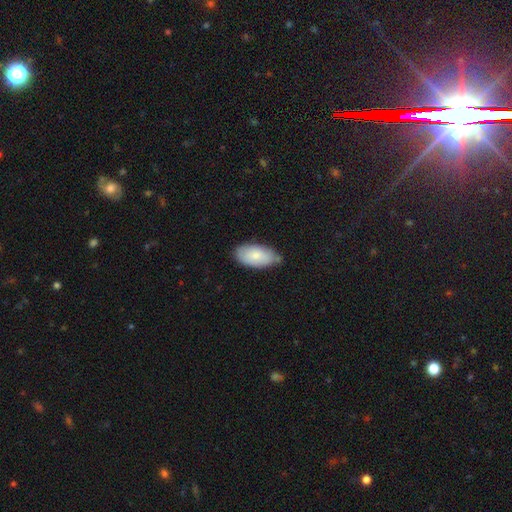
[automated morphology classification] smooth_or_featured: smooth (p=0.80) [alt: featured or disk p=0.15]
how_rounded: in between (p=0.95) [alt: cigar-shaped p=0.03]
merging: none (p=0.64) [alt: minor disturbance p=0.29]